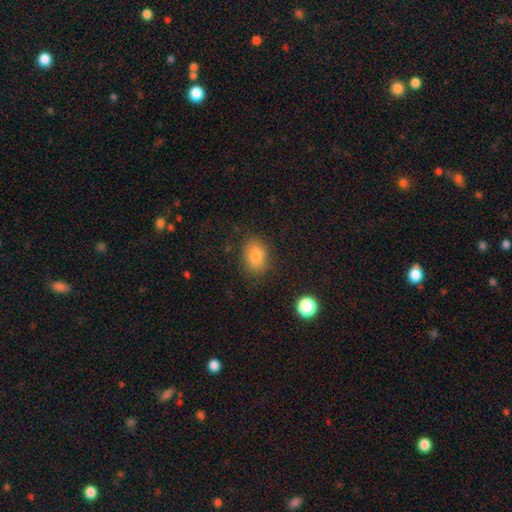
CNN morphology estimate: smooth_or_featured: smooth (p=0.82) [alt: star or artifact p=0.11]
how_rounded: in between (p=0.72) [alt: round p=0.27]
merging: none (p=0.83) [alt: minor disturbance p=0.12]